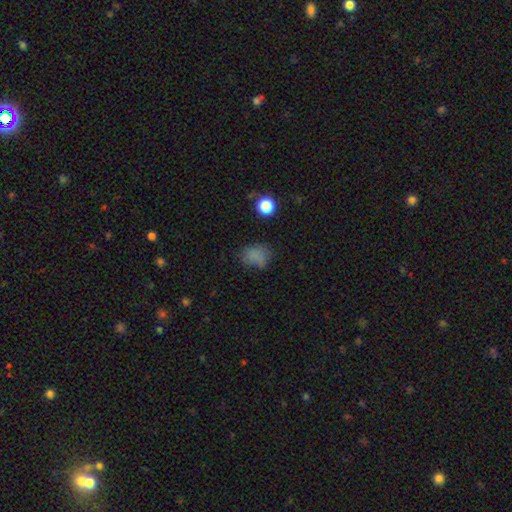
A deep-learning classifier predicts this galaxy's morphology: Smooth or featured?
  - smooth: 75% *
  - star or artifact: 17%
  - featured or disk: 8%
How rounded?
  - in between: 54% *
  - round: 45%
  - cigar-shaped: 1%
Merging?
  - none: 57% *
  - minor disturbance: 26%
  - major disturbance: 13%
  - merger: 3%